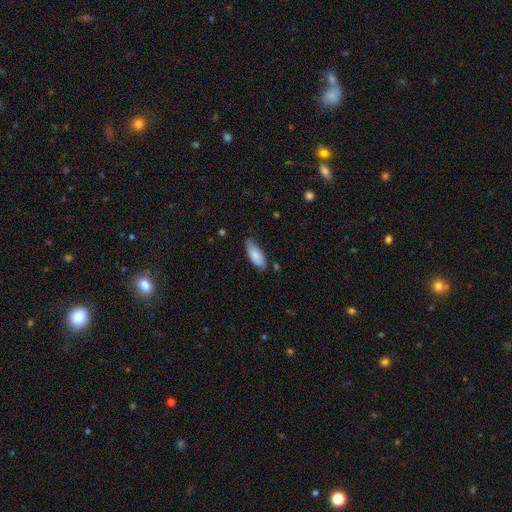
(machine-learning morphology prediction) type=smooth (85%); roundness=in between (84%); merging=none (68%).